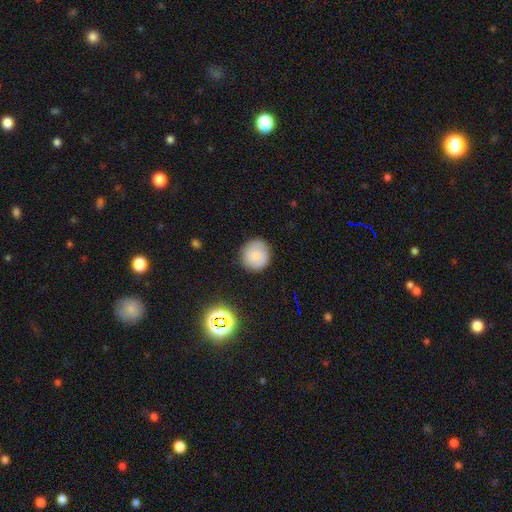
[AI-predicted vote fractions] Smooth or featured: smooth — 74% (featured or disk — 16%)
How rounded: round — 92% (in between — 7%)
Merging: none — 85% (minor disturbance — 11%)